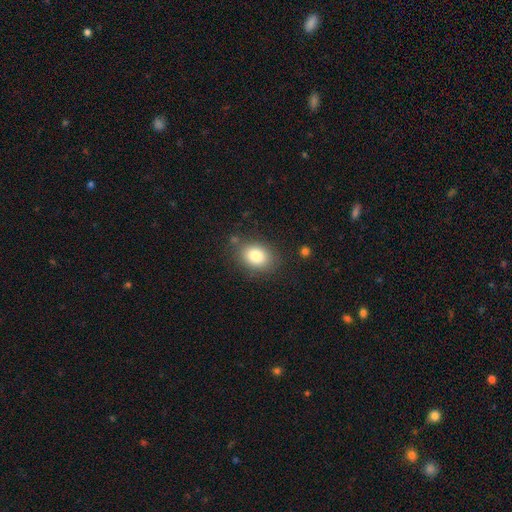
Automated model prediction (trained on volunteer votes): smooth 82%, star or artifact 9%, featured or disk 8%. Down the decision tree: how rounded — in between (64%); merging — none (80%).